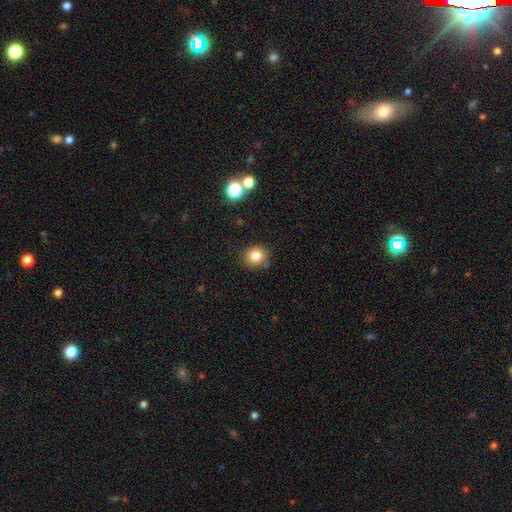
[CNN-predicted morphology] A smooth galaxy with no disk features (81%) that is round (82%). Merging: none (81%).